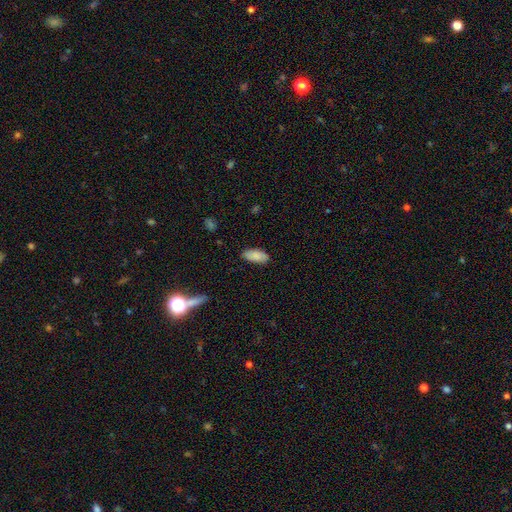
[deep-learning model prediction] Smooth or featured? smooth (86%)
How rounded? in between (89%)
Merging? none (84%)